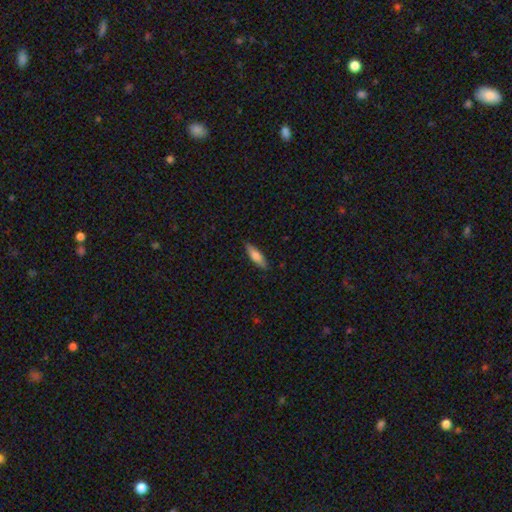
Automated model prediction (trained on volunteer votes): Smooth or featured? Predicted: smooth (p=0.72). How rounded? Predicted: cigar-shaped (p=0.58). Merging? Predicted: none (p=0.87).